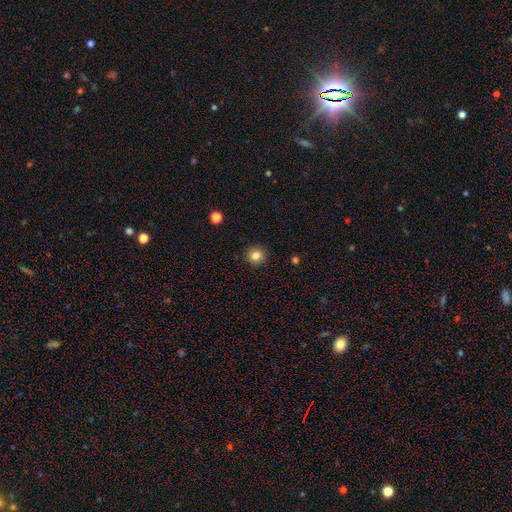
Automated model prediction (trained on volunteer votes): This appears to be a smooth galaxy with no disk features (83%) that is round (91%). Merging: none (92%).